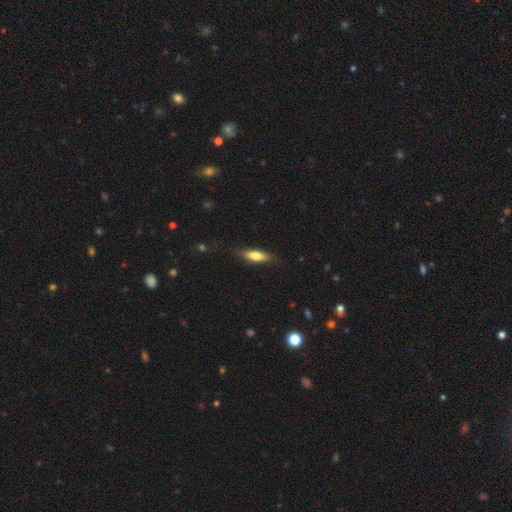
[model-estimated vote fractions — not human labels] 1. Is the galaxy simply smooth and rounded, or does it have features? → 67% smooth, 27% featured or disk, 6% star or artifact.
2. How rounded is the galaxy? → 55% cigar-shaped, 43% in between, 2% round.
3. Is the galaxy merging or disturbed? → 79% none, 16% minor disturbance, 4% major disturbance, 1% merger.